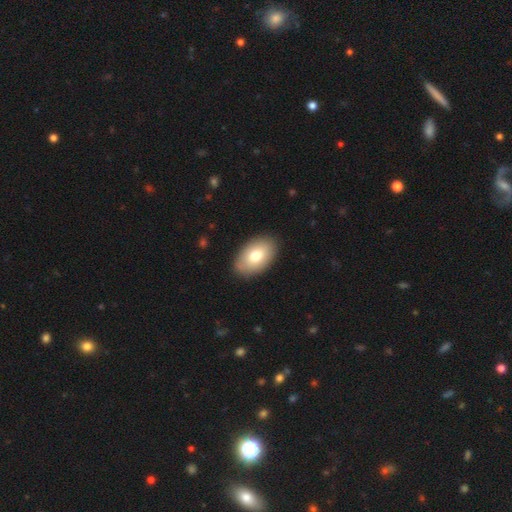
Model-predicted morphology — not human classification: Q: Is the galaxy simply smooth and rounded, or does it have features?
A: smooth — 76%.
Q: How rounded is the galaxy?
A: in between — 92%.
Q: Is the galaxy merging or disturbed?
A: none — 88%.